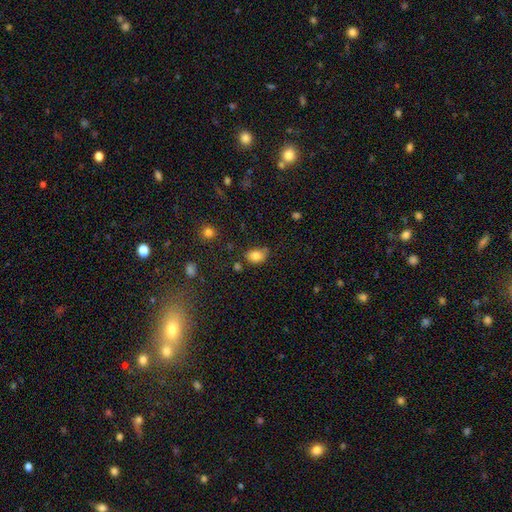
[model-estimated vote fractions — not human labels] A smooth galaxy with no disk features (84%) that is in between round and cigar-shaped (75%). Merging: none (62%).